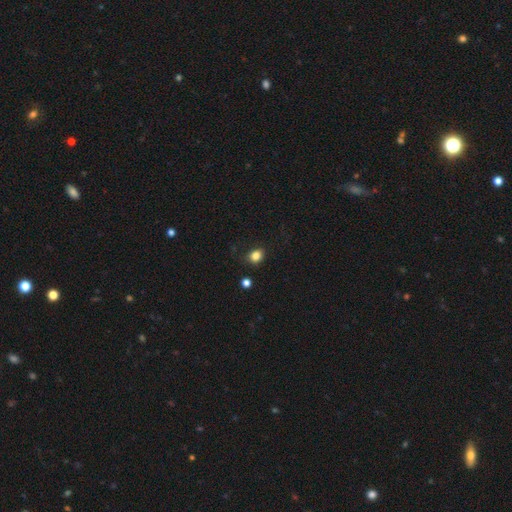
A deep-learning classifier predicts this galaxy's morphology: Q: Smooth or featured?
A: smooth (83%); runner-up: star or artifact (12%)
Q: How rounded?
A: round (58%); runner-up: in between (41%)
Q: Merging?
A: none (83%); runner-up: minor disturbance (12%)